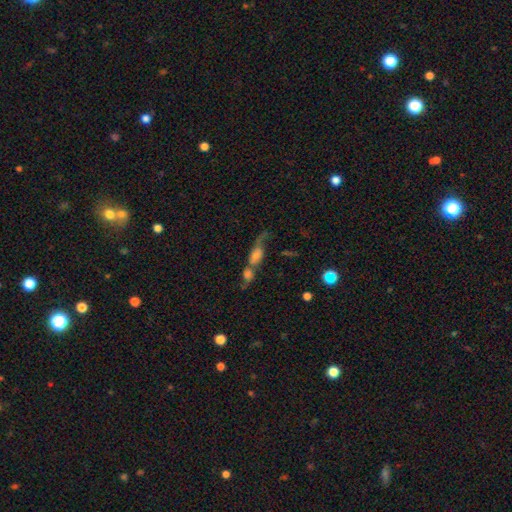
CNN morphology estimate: Q: Smooth or featured?
A: smooth (45%); runner-up: featured or disk (39%)
Q: Merging?
A: merger (61%); runner-up: none (18%)